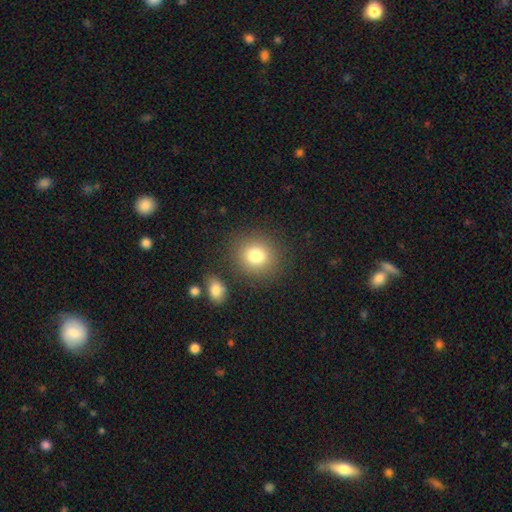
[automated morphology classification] This is likely a smooth galaxy (80%). How rounded: clearly round (81%). Merging: clearly none (83%).